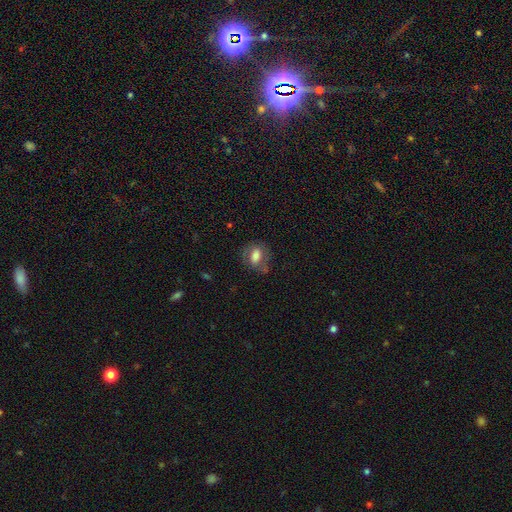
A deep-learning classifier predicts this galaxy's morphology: smooth-or-featured: smooth: 64% | featured or disk: 27% | star or artifact: 9%
  how-rounded: in between: 71% | round: 26% | cigar-shaped: 3%
  merging: none: 62% | minor disturbance: 22% | major disturbance: 12% | merger: 3%